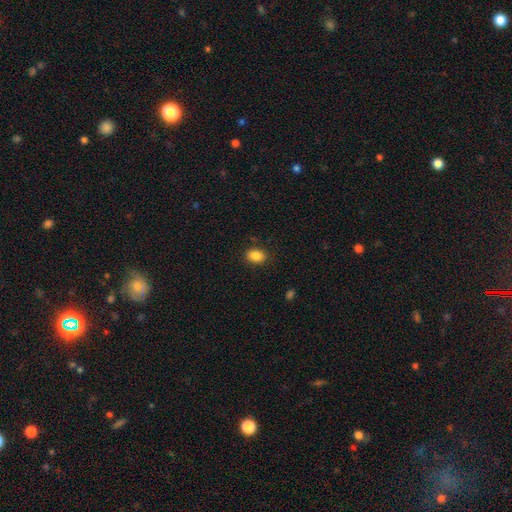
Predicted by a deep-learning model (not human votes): Smooth or featured? smooth (87%)
How rounded? in between (74%)
Merging? none (87%)